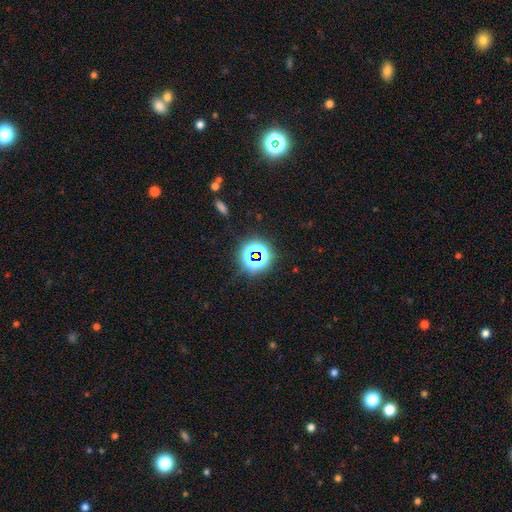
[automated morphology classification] smooth-or-featured: star or artifact: 69% | smooth: 22% | featured or disk: 9%